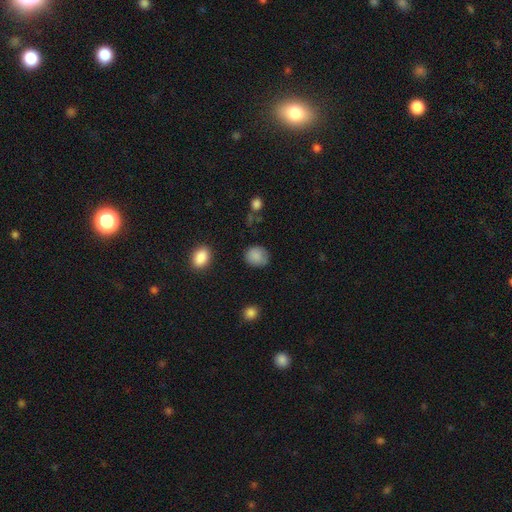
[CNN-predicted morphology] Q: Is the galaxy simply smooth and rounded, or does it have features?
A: smooth — 87%.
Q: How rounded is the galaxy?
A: round — 69%.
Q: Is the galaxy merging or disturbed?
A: none — 76%.